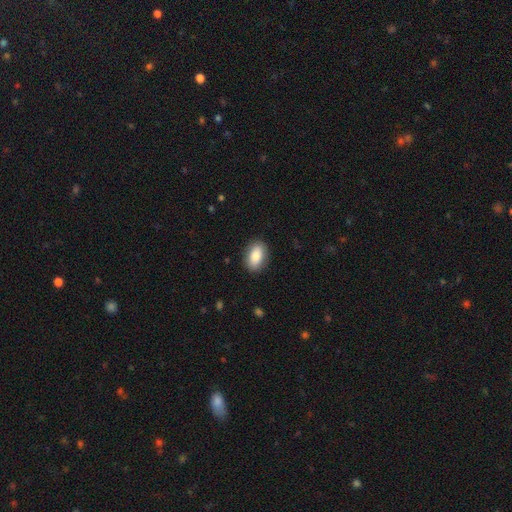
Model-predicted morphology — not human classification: Q: Smooth or featured?
A: smooth (84%); runner-up: featured or disk (9%)
Q: How rounded?
A: in between (90%); runner-up: round (8%)
Q: Merging?
A: none (87%); runner-up: minor disturbance (9%)